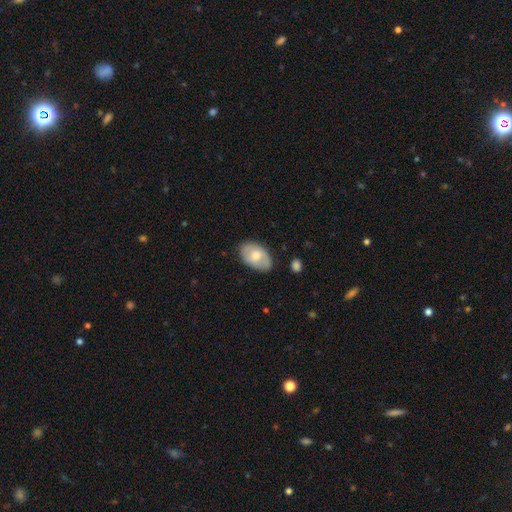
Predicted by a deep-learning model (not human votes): smooth-or-featured: smooth: 62% | featured or disk: 32% | star or artifact: 6%
  how-rounded: in between: 90% | round: 8% | cigar-shaped: 1%
  merging: none: 77% | minor disturbance: 18% | major disturbance: 4% | merger: 2%